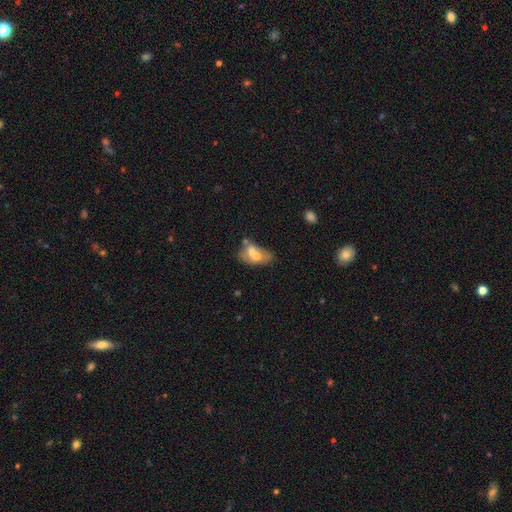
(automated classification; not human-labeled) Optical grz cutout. It shows a smooth galaxy with no disk features (55%) that is in between round and cigar-shaped (86%). Merging: merger (44%).